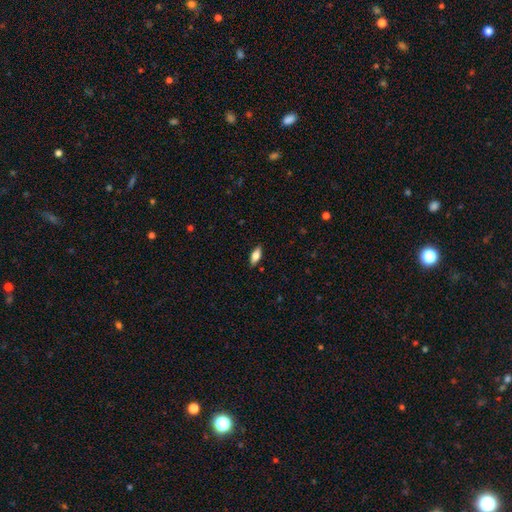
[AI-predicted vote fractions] This appears to be a smooth galaxy with no disk features (69%) that is in between round and cigar-shaped (78%). Merging: none (88%).